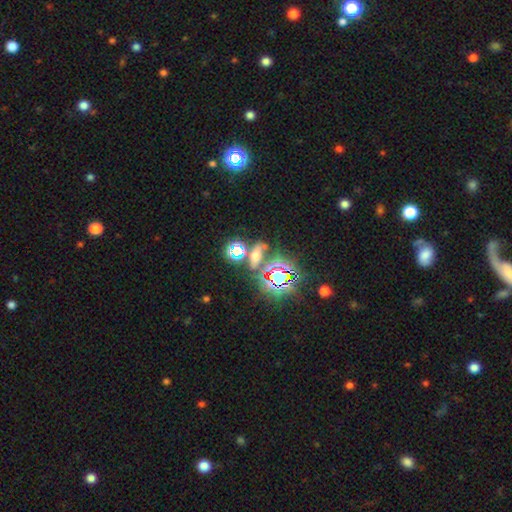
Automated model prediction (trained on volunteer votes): This is possibly a star or artifact rather than a galaxy (56%).